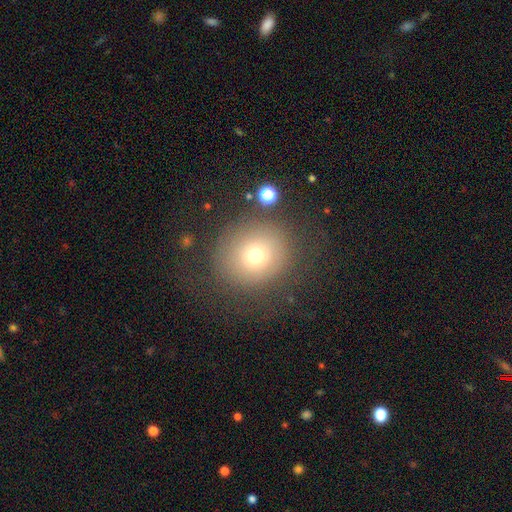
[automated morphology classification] The model was most divided on "smooth or featured": smooth: 69%, star or artifact: 17%, featured or disk: 15%. More confident: how rounded — round (86%); merging — none (74%).